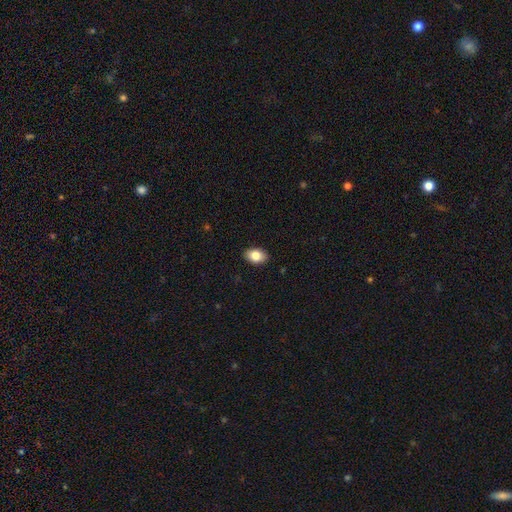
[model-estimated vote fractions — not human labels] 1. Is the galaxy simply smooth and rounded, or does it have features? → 83% smooth, 9% featured or disk, 8% star or artifact.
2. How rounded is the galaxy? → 83% in between, 16% round, 1% cigar-shaped.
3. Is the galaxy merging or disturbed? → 89% none, 8% minor disturbance, 2% major disturbance, 1% merger.